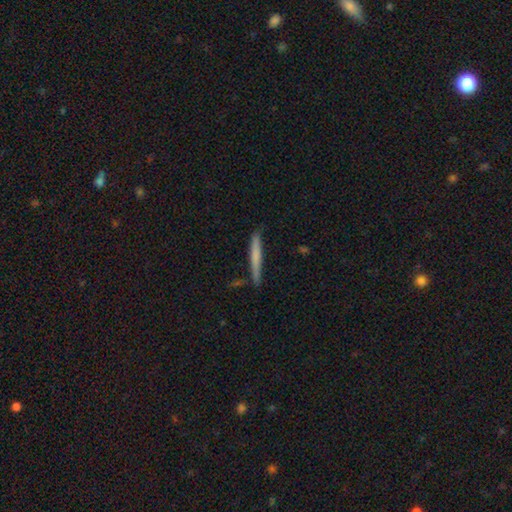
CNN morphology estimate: The model was most divided on "smooth or featured": smooth: 63%, featured or disk: 31%, star or artifact: 6%. More confident: how rounded — cigar-shaped (96%); merging — none (81%).